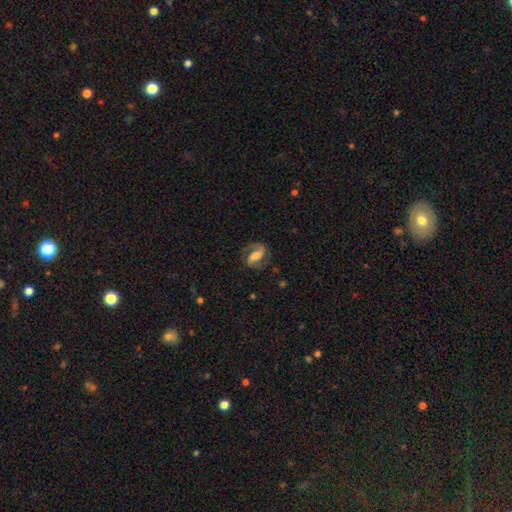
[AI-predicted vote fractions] Morphology: type=featured or disk (79%); edge-on=no (97%); bar=weak (39%); spiral arms=yes (94%); winding=medium (52%); arm count=2 (87%); bulge=moderate (51%); merging=none (74%).